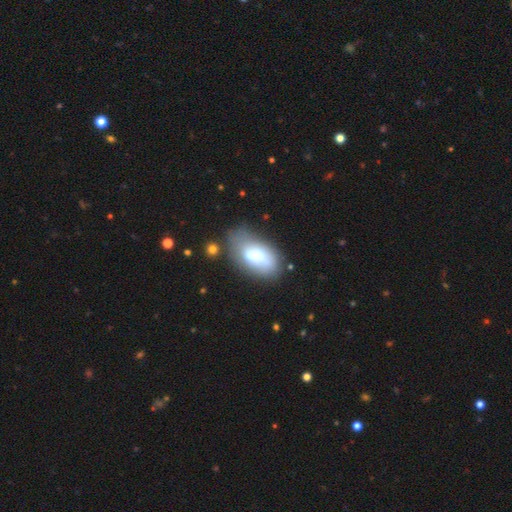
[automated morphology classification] The model was most divided on "smooth or featured": smooth: 59%, featured or disk: 31%, star or artifact: 9%. More confident: how rounded — in between (90%); merging — none (56%).